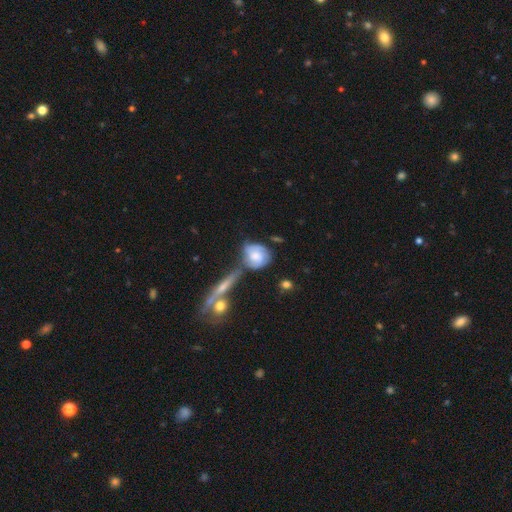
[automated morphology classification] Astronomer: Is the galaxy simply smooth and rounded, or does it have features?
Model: featured or disk — 53% (runner-up: smooth, 40%).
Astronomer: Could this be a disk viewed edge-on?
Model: no — 92%.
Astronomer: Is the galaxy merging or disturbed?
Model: none — 43% (runner-up: minor disturbance, 25%).